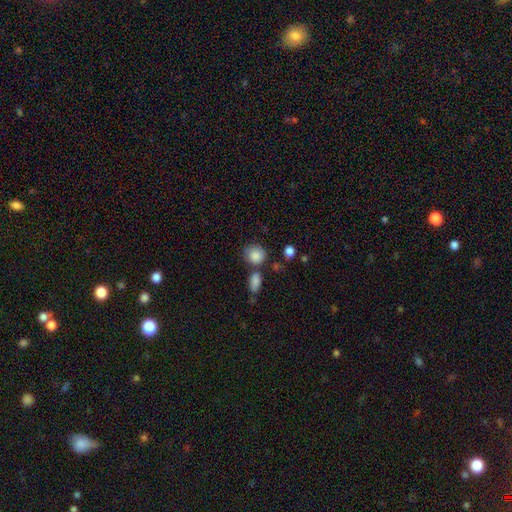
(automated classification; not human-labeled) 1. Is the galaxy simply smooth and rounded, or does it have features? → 86% smooth, 8% star or artifact, 6% featured or disk.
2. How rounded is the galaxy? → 74% round, 25% in between, 1% cigar-shaped.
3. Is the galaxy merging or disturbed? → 61% none, 17% merger, 16% minor disturbance, 5% major disturbance.